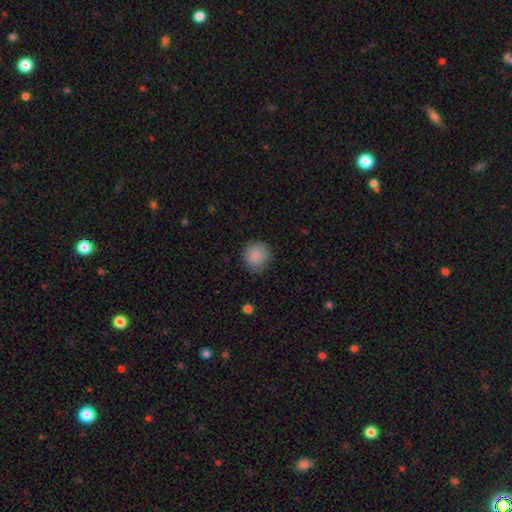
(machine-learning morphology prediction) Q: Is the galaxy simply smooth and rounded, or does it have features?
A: smooth — 87%.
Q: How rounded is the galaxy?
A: round — 89%.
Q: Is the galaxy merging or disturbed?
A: none — 80%.